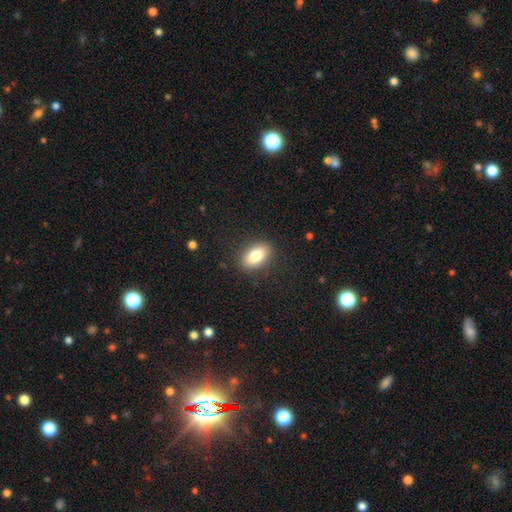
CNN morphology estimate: A smooth galaxy with no disk features (82%) that is in between round and cigar-shaped (89%).

Vote fractions:
- Smooth or featured? smooth: 82% / featured or disk: 11% / star or artifact: 8%
- How rounded? in between: 89% / round: 7% / cigar-shaped: 5%
- Merging? none: 87% / minor disturbance: 9% / major disturbance: 3% / merger: 1%